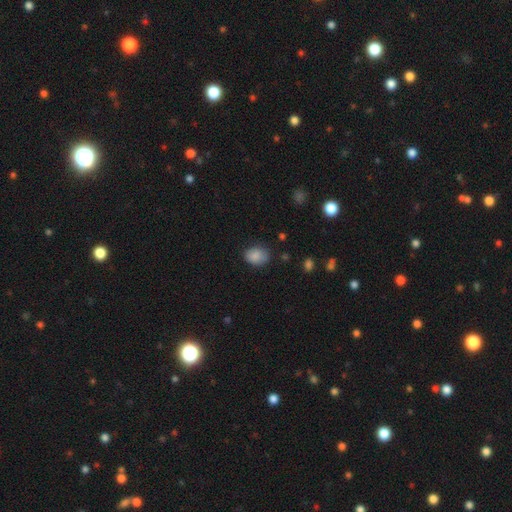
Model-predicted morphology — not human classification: A smooth galaxy with no disk features (86%) that is in between round and cigar-shaped (59%). Merging: none (74%).